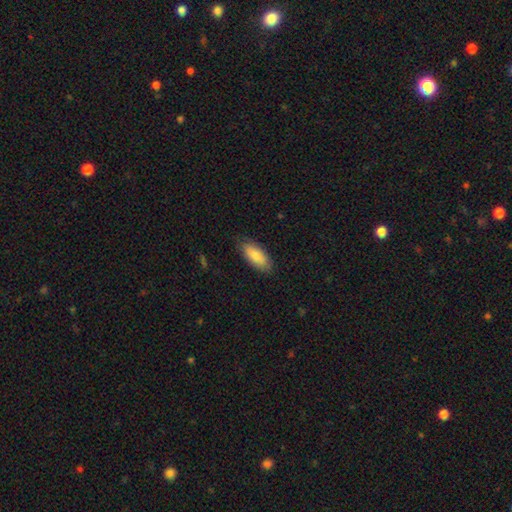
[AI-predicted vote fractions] A smooth galaxy with no disk features (84%) that is in between round and cigar-shaped (85%).

Vote fractions:
- Smooth or featured? smooth: 84% / featured or disk: 11% / star or artifact: 6%
- How rounded? in between: 85% / cigar-shaped: 13% / round: 2%
- Merging? none: 82% / minor disturbance: 14% / major disturbance: 3% / merger: 1%